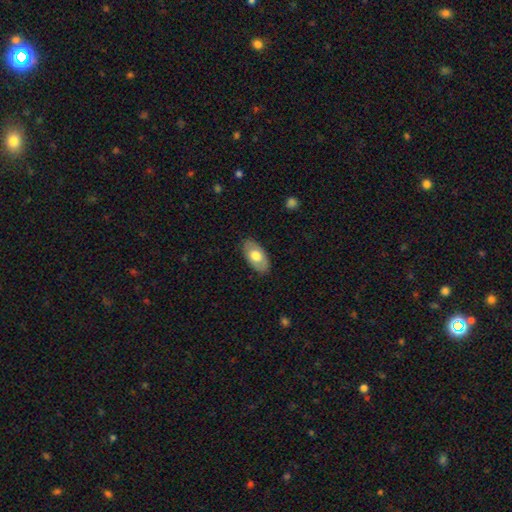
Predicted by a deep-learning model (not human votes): This is likely a smooth galaxy (67%). How rounded: clearly in between (94%). Merging: clearly none (85%).